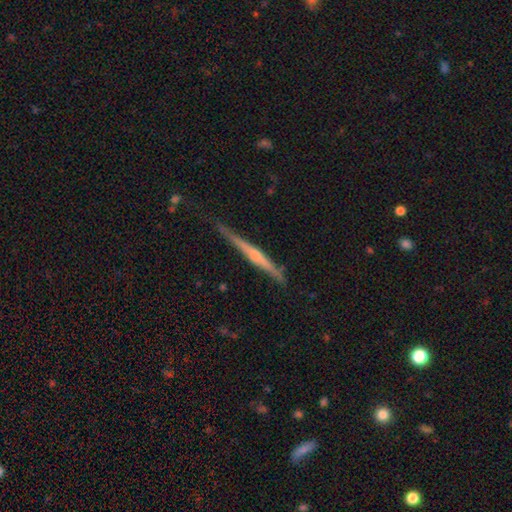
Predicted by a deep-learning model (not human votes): Q: Smooth or featured?
A: featured or disk (71%); runner-up: smooth (23%)
Q: Edge-on disk?
A: yes (98%); runner-up: no (2%)
Q: Edge-on bulge?
A: rounded (65%); runner-up: none (25%)
Q: Merging?
A: none (80%); runner-up: minor disturbance (15%)